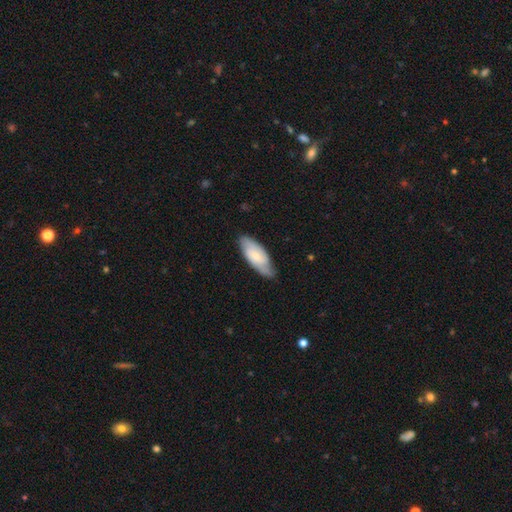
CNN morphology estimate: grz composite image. It shows a smooth galaxy with no disk features (49%). Merging: none (73%).